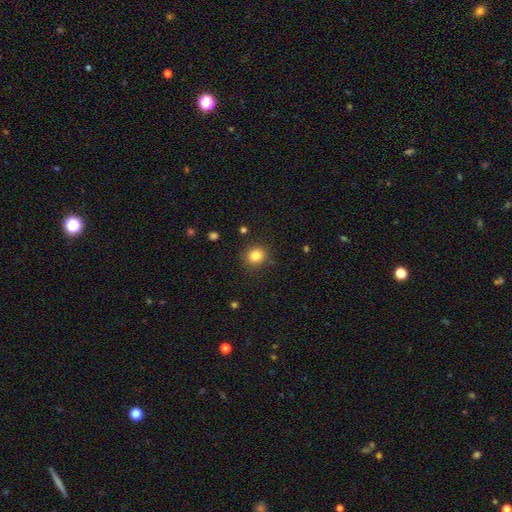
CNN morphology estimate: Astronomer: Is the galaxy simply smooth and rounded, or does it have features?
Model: smooth — 82%.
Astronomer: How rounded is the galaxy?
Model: round — 83%.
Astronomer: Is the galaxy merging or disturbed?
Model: none — 87%.